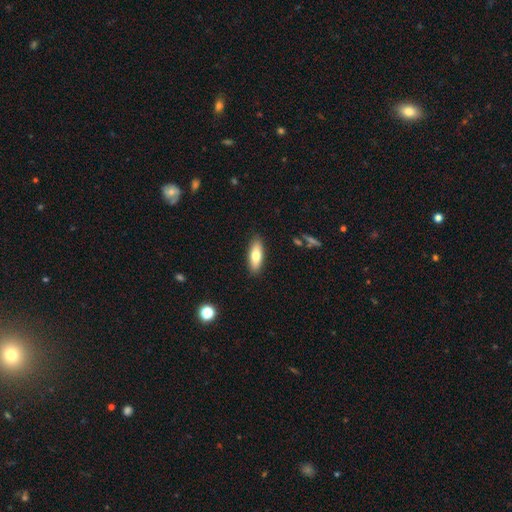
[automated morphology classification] Smooth or featured: smooth — 73% (featured or disk — 21%)
How rounded: in between — 66% (cigar-shaped — 32%)
Merging: none — 88% (minor disturbance — 9%)